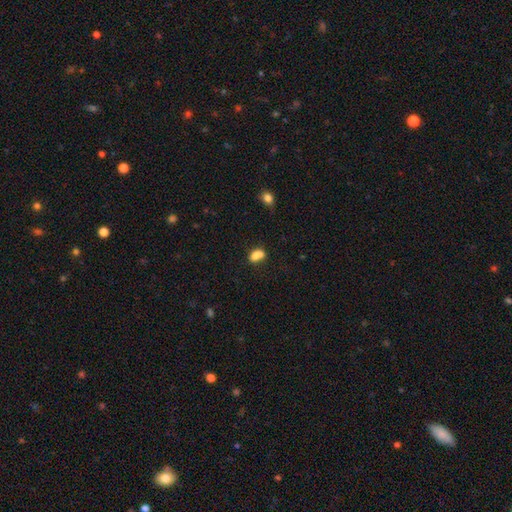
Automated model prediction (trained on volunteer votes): Q: Smooth or featured?
A: smooth (77%); runner-up: featured or disk (12%)
Q: How rounded?
A: in between (70%); runner-up: round (27%)
Q: Merging?
A: merger (44%); runner-up: none (34%)